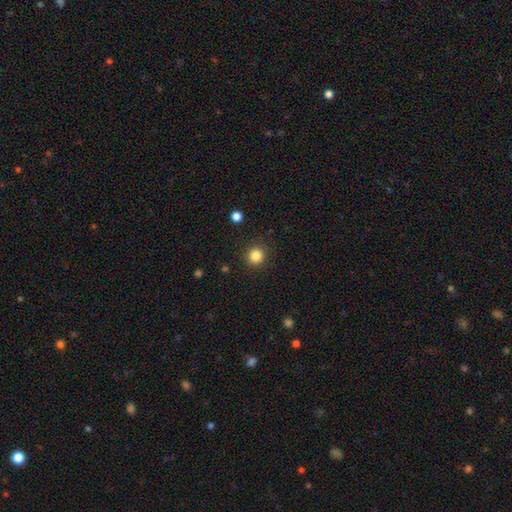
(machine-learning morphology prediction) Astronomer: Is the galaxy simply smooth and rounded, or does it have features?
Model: smooth — 85%.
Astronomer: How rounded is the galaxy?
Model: round — 93%.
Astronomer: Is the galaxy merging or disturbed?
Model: none — 90%.